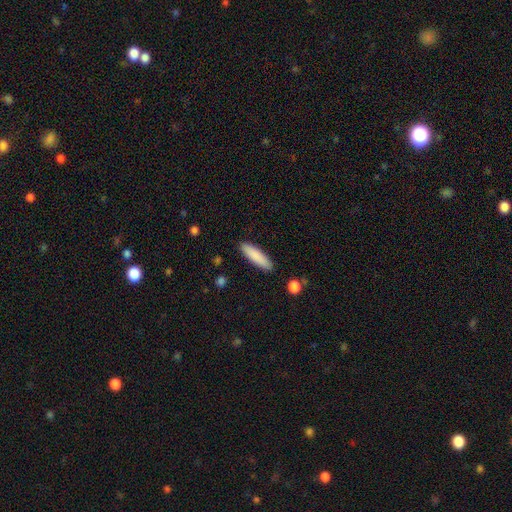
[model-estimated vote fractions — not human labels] A smooth galaxy with no disk features (86%) that is cigar-shaped (71%).

Vote fractions:
- Smooth or featured? smooth: 86% / featured or disk: 8% / star or artifact: 6%
- How rounded? cigar-shaped: 71% / in between: 28% / round: 1%
- Merging? none: 89% / minor disturbance: 8% / major disturbance: 2% / merger: 1%